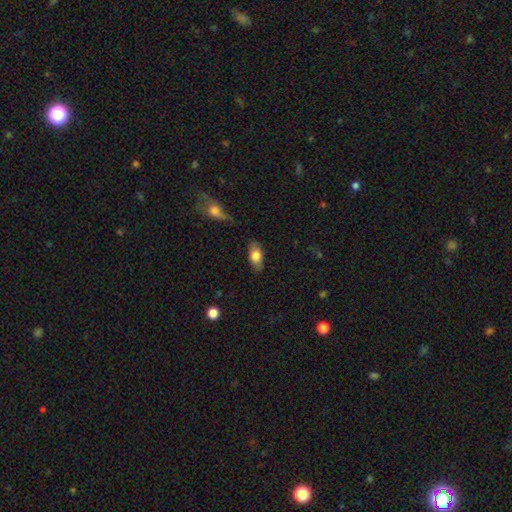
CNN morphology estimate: A smooth galaxy with no disk features (77%) that is in between round and cigar-shaped (88%). Merging: none (80%).